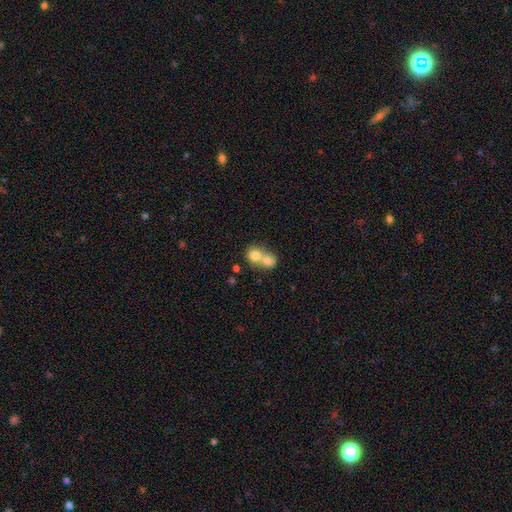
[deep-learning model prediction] smooth_or_featured: smooth (p=0.74) [alt: featured or disk p=0.17]
how_rounded: round (p=0.73) [alt: in between p=0.26]
merging: merger (p=0.72) [alt: none p=0.21]